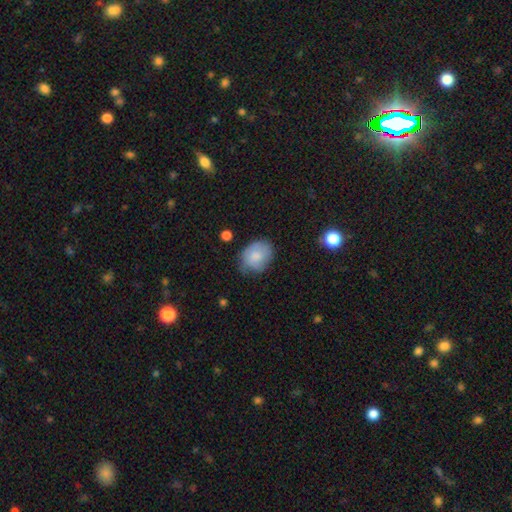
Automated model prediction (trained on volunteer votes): smooth_or_featured: smooth (p=0.80) [alt: featured or disk p=0.13]
how_rounded: in between (p=0.60) [alt: round p=0.39]
merging: none (p=0.59) [alt: minor disturbance p=0.31]